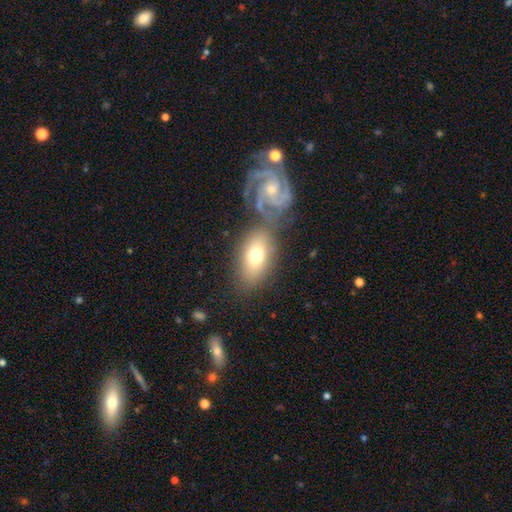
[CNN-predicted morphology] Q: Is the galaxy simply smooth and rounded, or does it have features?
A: smooth — 62%.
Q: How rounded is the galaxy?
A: in between — 86%.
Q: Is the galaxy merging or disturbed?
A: none — 58%.